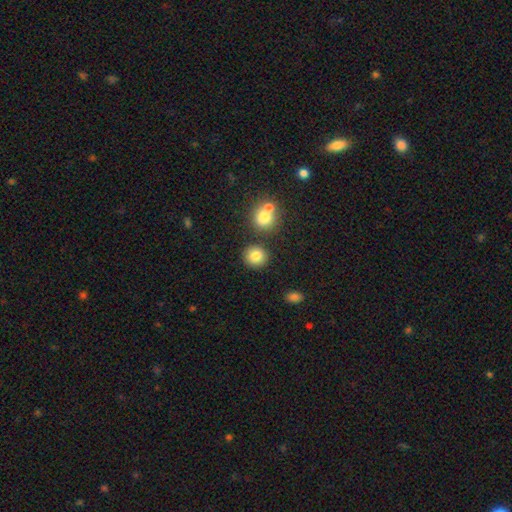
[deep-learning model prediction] A smooth galaxy with no disk features (83%) that is round (89%). Merging: none (83%).